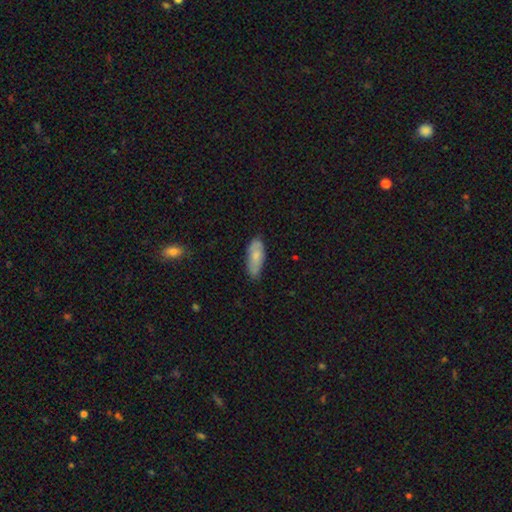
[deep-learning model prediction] Smooth or featured?
  - smooth: 74% *
  - featured or disk: 20%
  - star or artifact: 6%
How rounded?
  - in between: 73% *
  - cigar-shaped: 25%
  - round: 2%
Merging?
  - none: 71% *
  - minor disturbance: 23%
  - major disturbance: 4%
  - merger: 2%